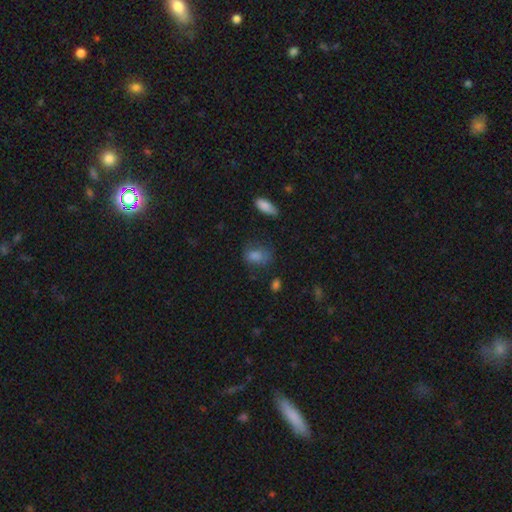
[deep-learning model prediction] A smooth galaxy with no disk features (75%) that is in between round and cigar-shaped (72%).

Vote fractions:
- Smooth or featured? smooth: 75% / star or artifact: 13% / featured or disk: 12%
- How rounded? in between: 72% / round: 26% / cigar-shaped: 2%
- Merging? none: 57% / minor disturbance: 28% / major disturbance: 12% / merger: 3%